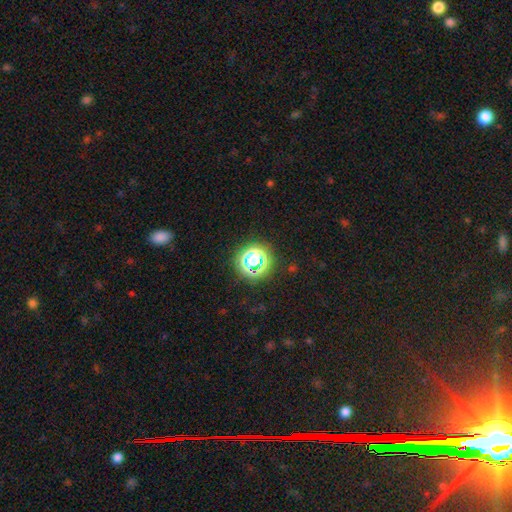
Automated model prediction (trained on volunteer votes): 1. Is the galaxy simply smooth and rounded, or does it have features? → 60% star or artifact, 30% smooth, 10% featured or disk.